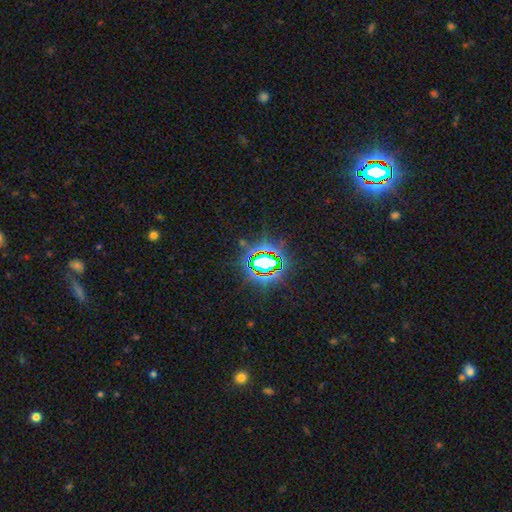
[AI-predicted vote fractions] Smooth or featured? star or artifact (82%)